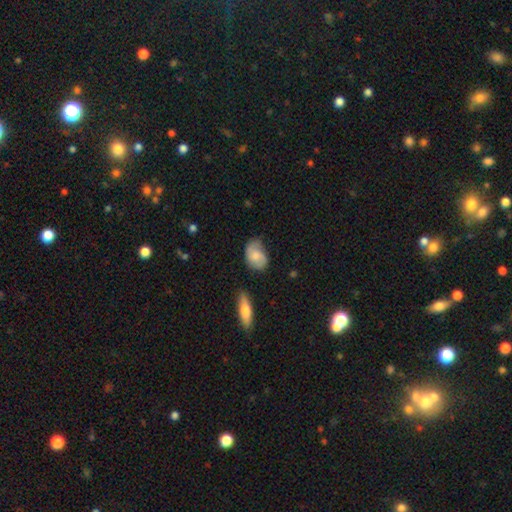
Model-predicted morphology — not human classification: Smooth or featured?
  - smooth: 61% *
  - featured or disk: 33%
  - star or artifact: 7%
How rounded?
  - in between: 81% *
  - round: 17%
  - cigar-shaped: 2%
Merging?
  - none: 57% *
  - minor disturbance: 32%
  - major disturbance: 8%
  - merger: 3%